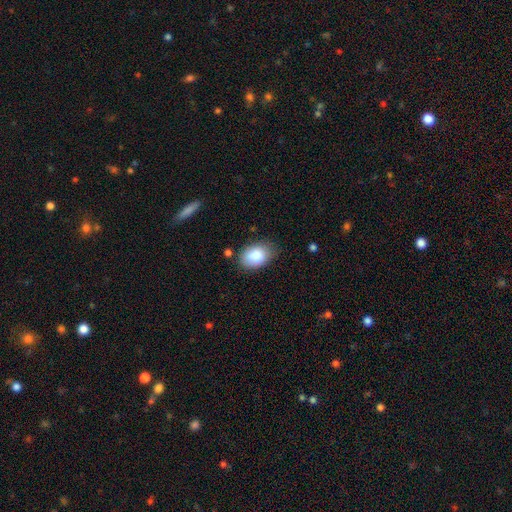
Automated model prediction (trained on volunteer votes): Smooth or featured? Predicted: smooth (p=0.86). How rounded? Predicted: in between (p=0.86). Merging? Predicted: none (p=0.71).